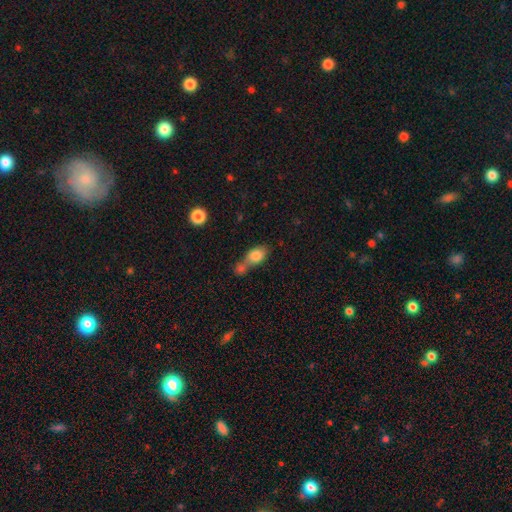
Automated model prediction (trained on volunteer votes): This is clearly a smooth galaxy (81%). How rounded: likely in between (80%). Merging: possibly merger (57%).